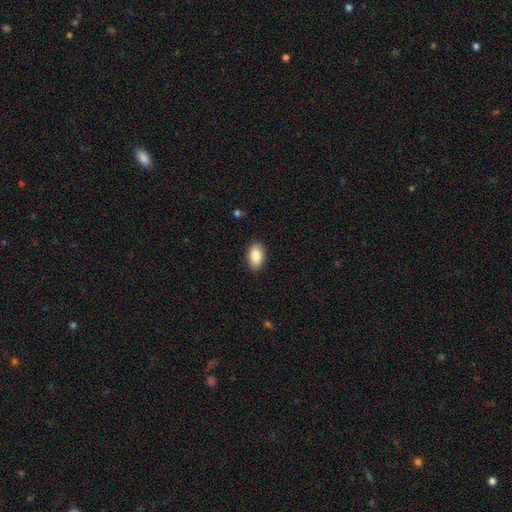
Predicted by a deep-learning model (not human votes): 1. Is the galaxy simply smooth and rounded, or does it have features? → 86% smooth, 7% featured or disk, 7% star or artifact.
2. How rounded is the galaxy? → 92% in between, 7% round, 1% cigar-shaped.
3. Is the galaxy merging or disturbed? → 89% none, 8% minor disturbance, 2% major disturbance, 1% merger.